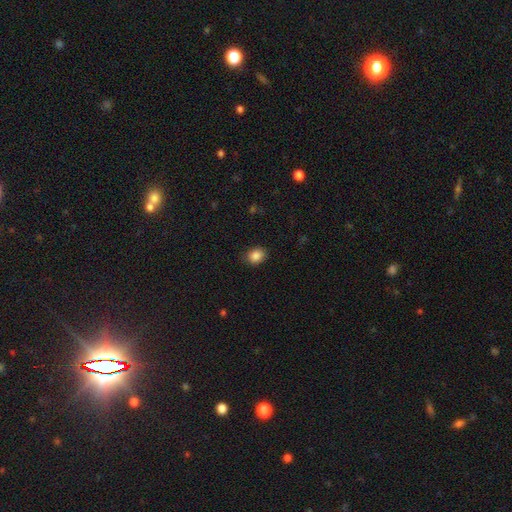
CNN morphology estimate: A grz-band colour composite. It shows a smooth galaxy with no disk features (87%) that is round (56%). Merging: none (86%).